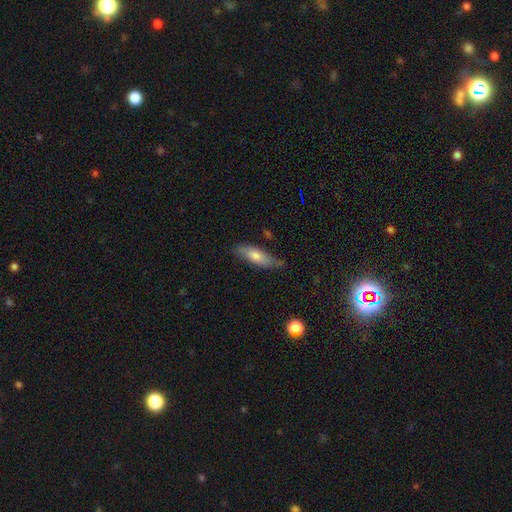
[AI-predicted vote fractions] Smooth or featured: smooth — 72% (featured or disk — 22%)
How rounded: in between — 57% (cigar-shaped — 41%)
Merging: none — 71% (minor disturbance — 23%)